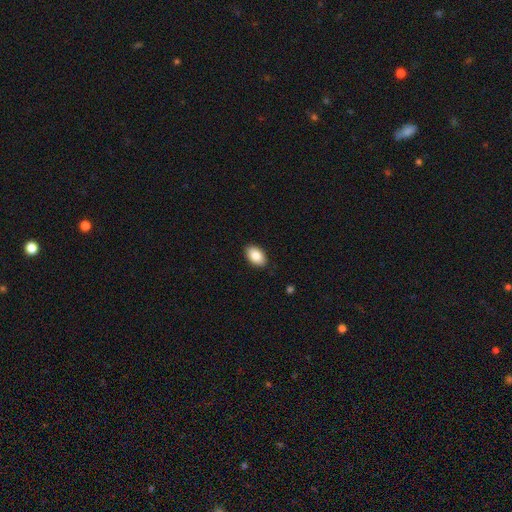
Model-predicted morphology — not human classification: The model was most divided on "merging": none: 88%, minor disturbance: 9%, major disturbance: 2%, merger: 1%. More confident: how rounded — in between (92%); smooth or featured — smooth (86%).